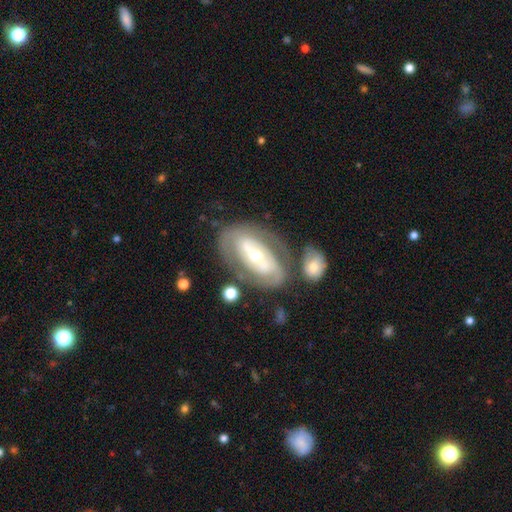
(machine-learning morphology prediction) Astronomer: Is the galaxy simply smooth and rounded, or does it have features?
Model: featured or disk — 75%.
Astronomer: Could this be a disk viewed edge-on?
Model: no — 91%.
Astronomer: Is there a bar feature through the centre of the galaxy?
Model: strong — 39% (runner-up: no, 35%).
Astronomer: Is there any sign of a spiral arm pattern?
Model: yes — 62% (runner-up: no, 38%).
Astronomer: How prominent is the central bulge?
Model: moderate — 51% (runner-up: small, 43%).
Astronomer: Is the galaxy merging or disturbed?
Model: none — 64%.